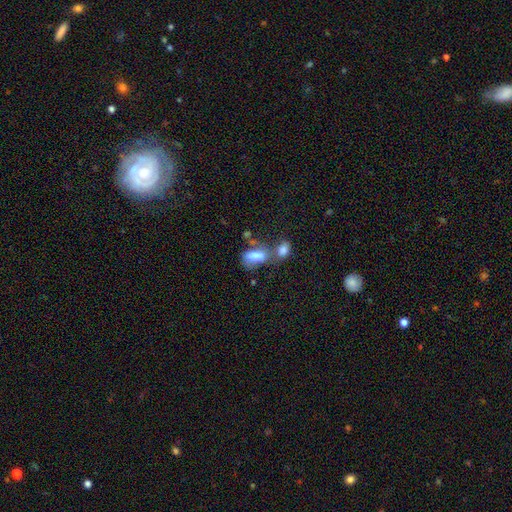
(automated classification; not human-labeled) smooth_or_featured: smooth (p=0.75) [alt: featured or disk p=0.16]
how_rounded: in between (p=0.84) [alt: cigar-shaped p=0.11]
merging: merger (p=0.50) [alt: none p=0.25]